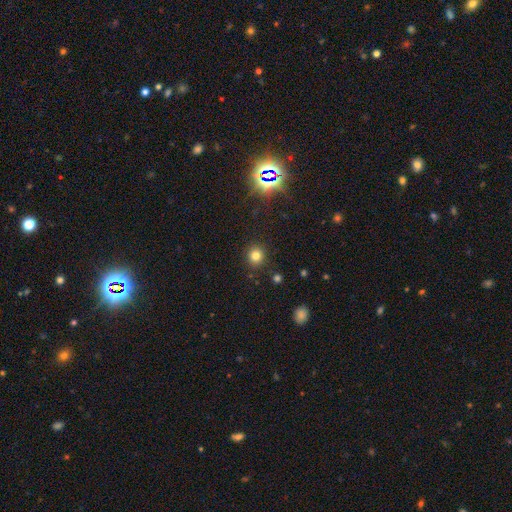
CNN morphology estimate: smooth-or-featured: smooth: 78% | star or artifact: 17% | featured or disk: 6%
  how-rounded: round: 91% | in between: 8% | cigar-shaped: 1%
  merging: none: 90% | minor disturbance: 6% | major disturbance: 2% | merger: 2%